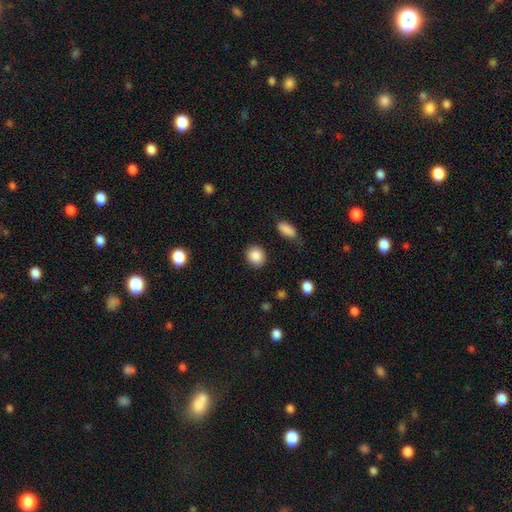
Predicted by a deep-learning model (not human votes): Smooth or featured? Predicted: smooth (p=0.88). How rounded? Predicted: round (p=0.79). Merging? Predicted: none (p=0.88).